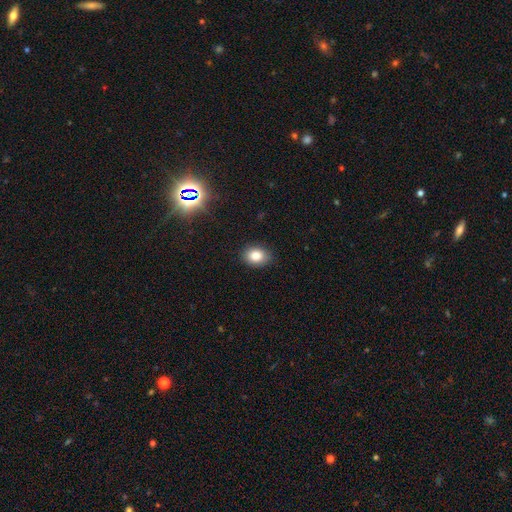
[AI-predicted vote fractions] This appears to be a smooth galaxy with no disk features (84%) that is in between round and cigar-shaped (69%). Merging: none (85%).